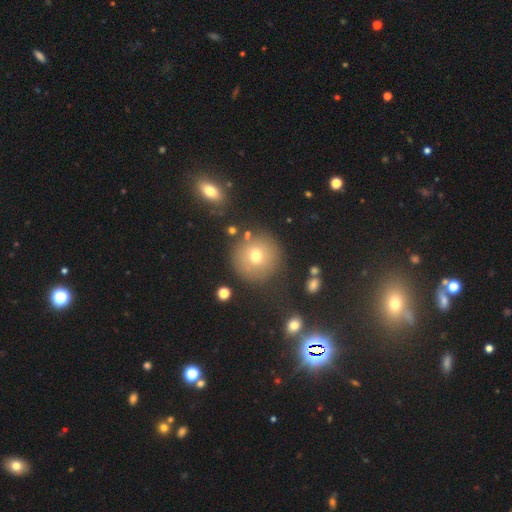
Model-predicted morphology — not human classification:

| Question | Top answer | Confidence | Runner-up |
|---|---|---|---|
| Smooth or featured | smooth | 69% | featured or disk (17%) |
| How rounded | round | 94% | in between (5%) |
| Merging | none | 79% | minor disturbance (10%) |